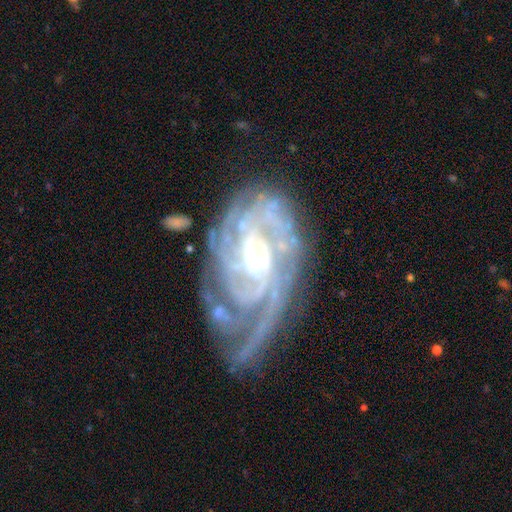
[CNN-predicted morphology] Smooth or featured: featured or disk — 90% (star or artifact — 6%)
Edge-on disk: no — 96% (yes — 4%)
Bar: no — 55% (weak — 32%)
Spiral arms: yes — 98% (no — 2%)
Spiral winding: tight — 72% (medium — 23%)
Spiral arm count: can't tell — 25% (4 — 23%)
Bulge size: small — 70% (moderate — 25%)
Merging: none — 58% (minor disturbance — 23%)